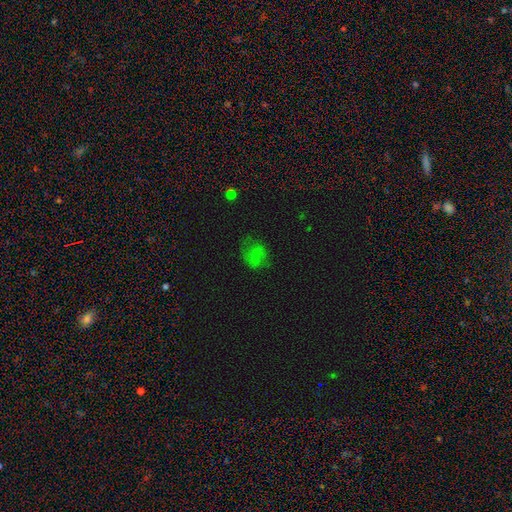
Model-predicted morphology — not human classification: This is possibly a smooth galaxy (58%). How rounded: possibly in between (53%). Merging: possibly none (57%).